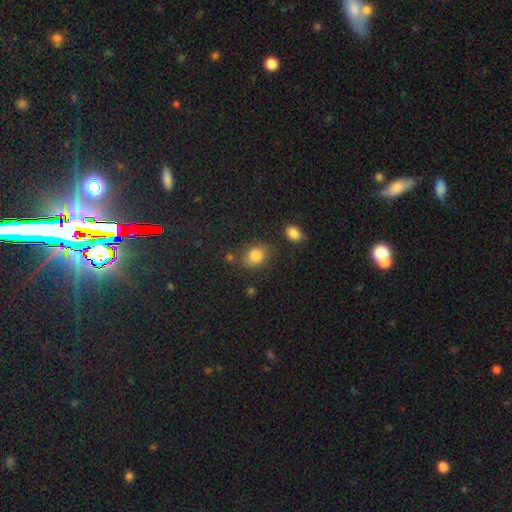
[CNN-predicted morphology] smooth 81%, star or artifact 11%, featured or disk 8%. Down the decision tree: how rounded — in between (56%); merging — none (74%).